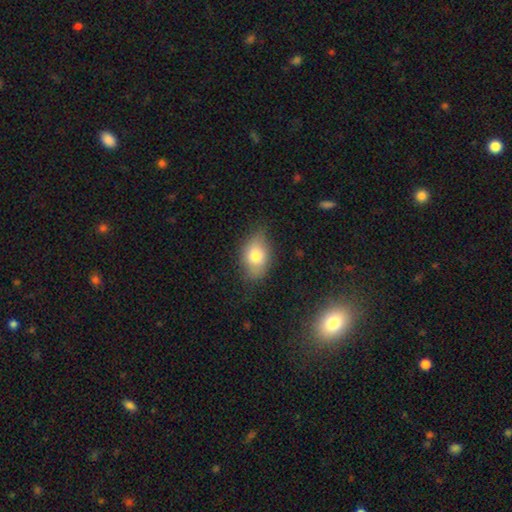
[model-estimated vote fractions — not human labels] Smooth or featured? smooth (74%)
How rounded? in between (82%)
Merging? none (71%)